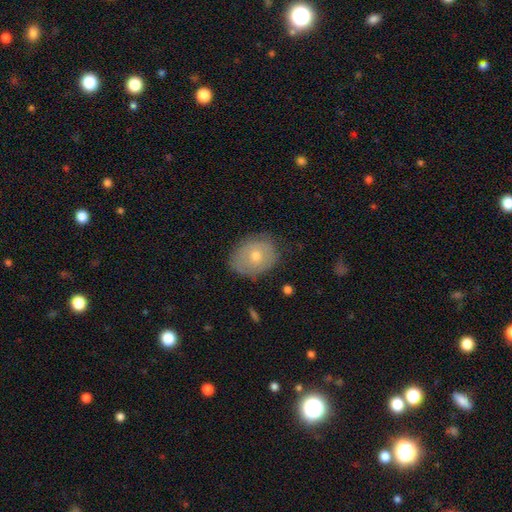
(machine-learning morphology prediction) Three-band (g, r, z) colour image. It shows a smooth galaxy with no disk features (58%) that is in between round and cigar-shaped (57%). Merging: none (77%).